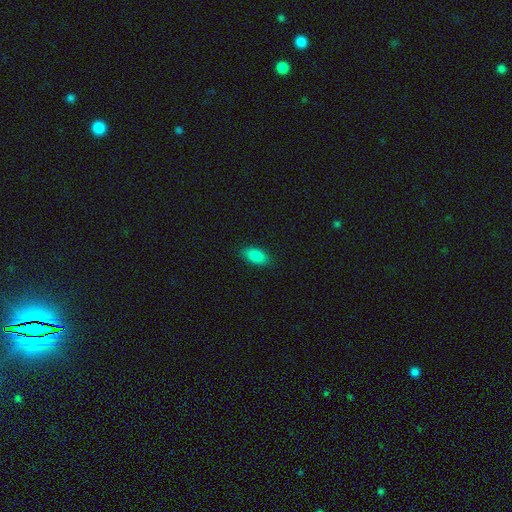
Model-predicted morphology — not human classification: smooth 88%, star or artifact 8%, featured or disk 5%. Down the decision tree: how rounded — in between (91%); merging — none (86%).